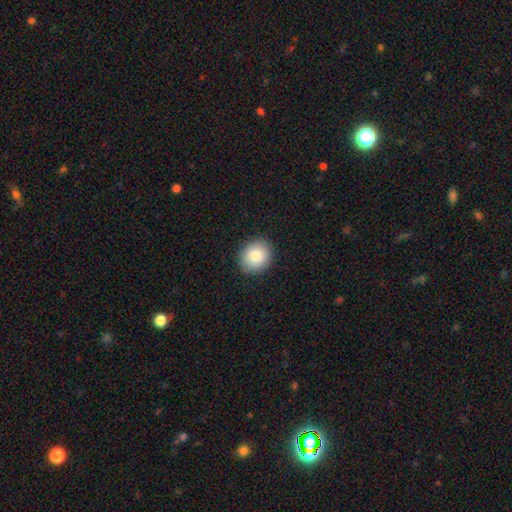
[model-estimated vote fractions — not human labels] Smooth or featured? smooth (83%)
How rounded? round (75%)
Merging? none (90%)